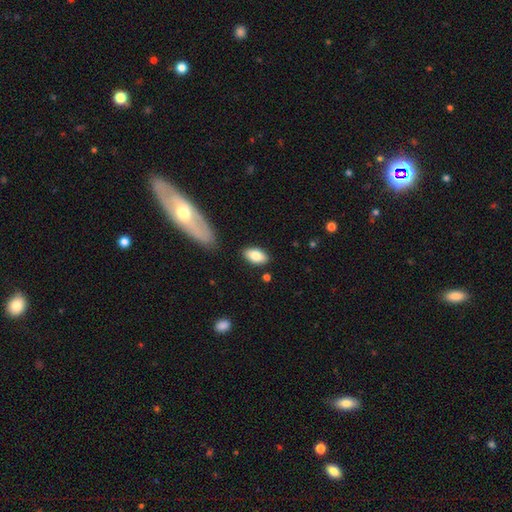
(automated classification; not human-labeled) smooth_or_featured: smooth (p=0.81) [alt: featured or disk p=0.12]
how_rounded: in between (p=0.93) [alt: round p=0.04]
merging: none (p=0.84) [alt: minor disturbance p=0.11]